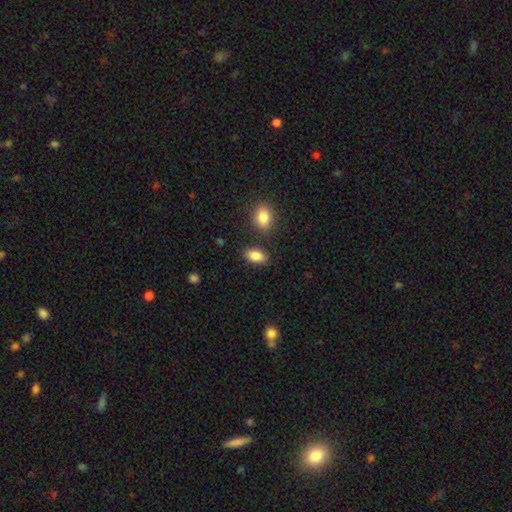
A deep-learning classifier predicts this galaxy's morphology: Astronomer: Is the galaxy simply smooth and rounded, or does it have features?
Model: smooth — 86%.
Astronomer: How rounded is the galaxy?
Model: in between — 91%.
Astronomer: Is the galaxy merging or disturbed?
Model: none — 83%.